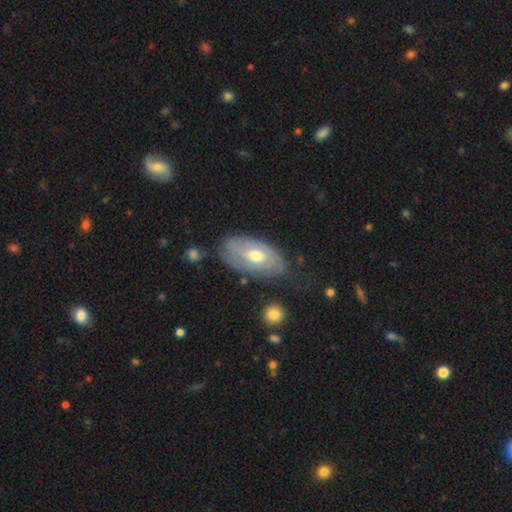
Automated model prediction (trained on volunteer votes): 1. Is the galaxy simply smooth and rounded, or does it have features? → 58% featured or disk, 36% smooth, 6% star or artifact.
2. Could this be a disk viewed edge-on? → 89% no, 11% yes.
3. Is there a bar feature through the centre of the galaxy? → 67% no, 28% weak, 6% strong.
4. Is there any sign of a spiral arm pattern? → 57% yes, 43% no.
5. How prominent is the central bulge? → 73% moderate, 19% small, 7% large, 1% none, 1% dominant.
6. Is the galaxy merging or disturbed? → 68% none, 22% minor disturbance, 7% major disturbance, 3% merger.